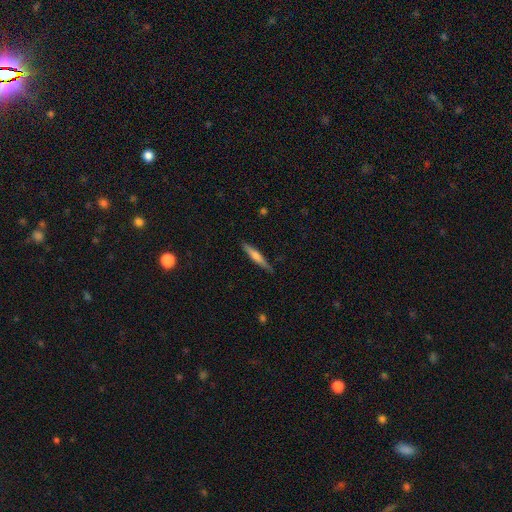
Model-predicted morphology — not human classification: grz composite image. It shows a smooth galaxy with no disk features (54%) that is cigar-shaped (92%). Merging: none (86%).